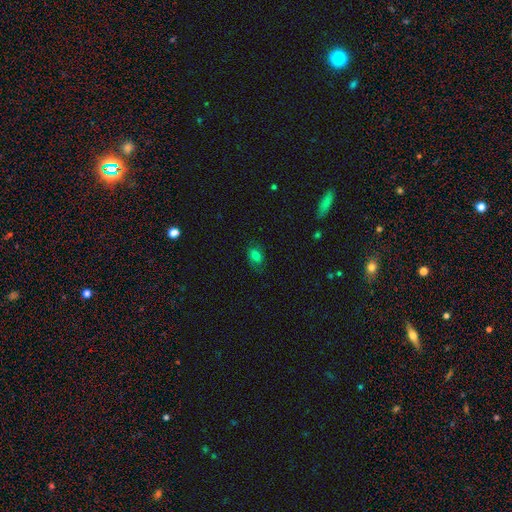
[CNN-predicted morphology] Smooth or featured? smooth (66%)
How rounded? in between (76%)
Merging? none (74%)